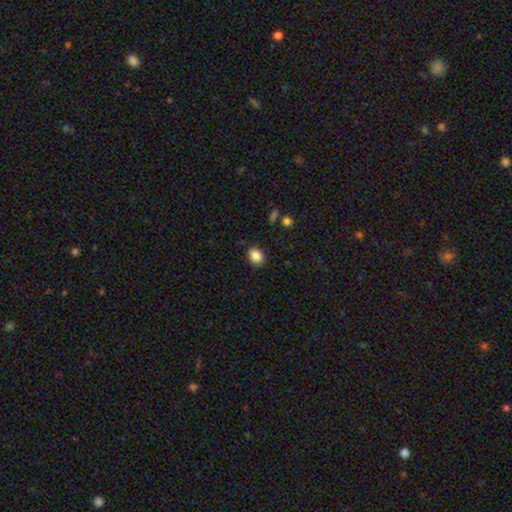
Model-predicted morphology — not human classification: This appears to be a smooth galaxy with no disk features (87%) that is in between round and cigar-shaped (59%). Merging: none (87%).